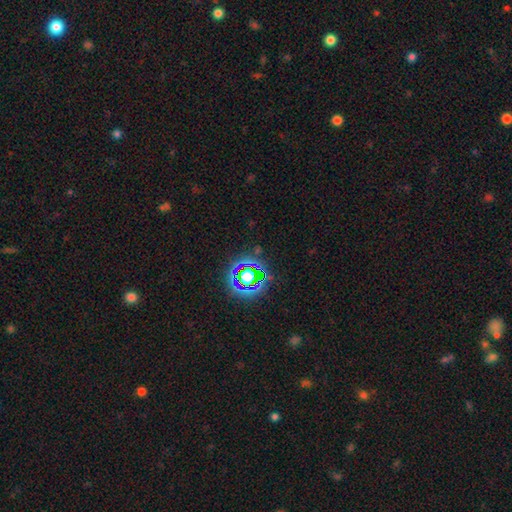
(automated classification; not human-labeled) Smooth or featured? star or artifact (71%)